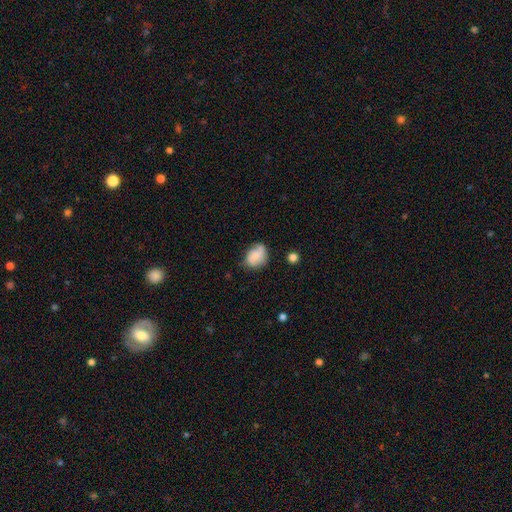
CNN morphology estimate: Smooth or featured? Predicted: smooth (p=0.56). How rounded? Predicted: in between (p=0.54). Merging? Predicted: none (p=0.56).